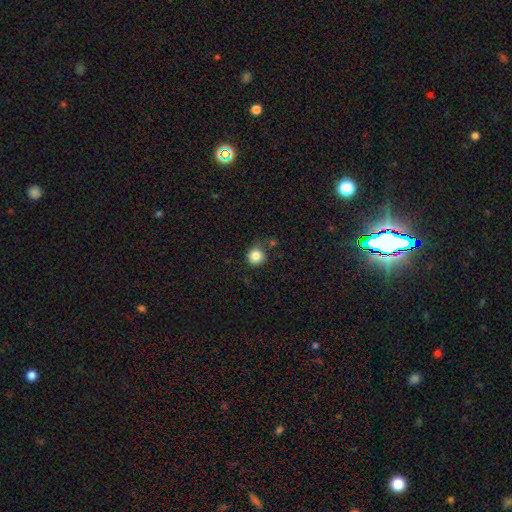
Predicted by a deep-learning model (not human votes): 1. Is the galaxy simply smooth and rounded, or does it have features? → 84% smooth, 10% star or artifact, 5% featured or disk.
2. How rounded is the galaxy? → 92% round, 7% in between, 1% cigar-shaped.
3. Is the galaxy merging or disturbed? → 72% none, 15% minor disturbance, 7% merger, 5% major disturbance.